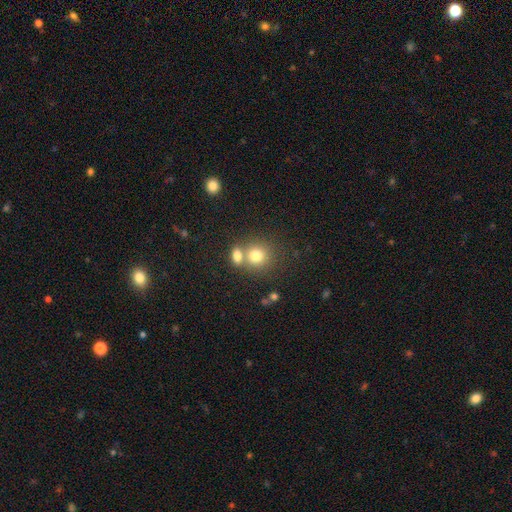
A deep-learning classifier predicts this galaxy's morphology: This appears to be a smooth galaxy with no disk features (77%) that is round (80%). Merging: none (46%).